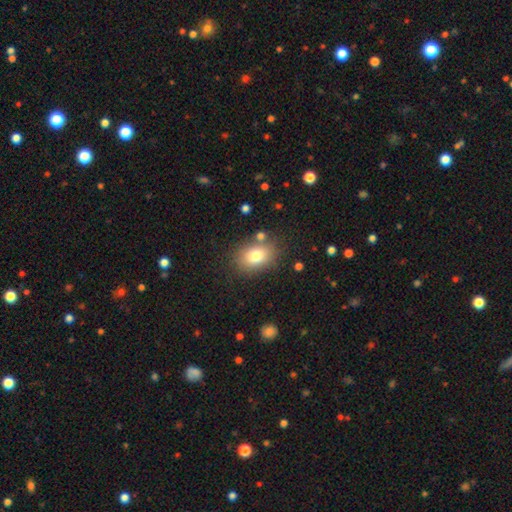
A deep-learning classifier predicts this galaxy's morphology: smooth 78%, featured or disk 12%, star or artifact 10%. Down the decision tree: how rounded — in between (71%); merging — none (77%).